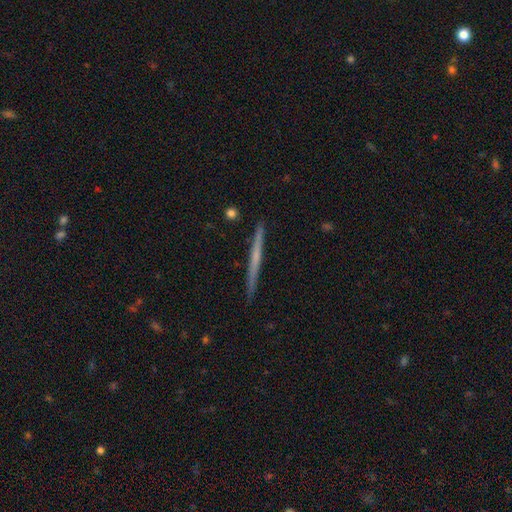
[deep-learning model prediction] featured or disk 56%, smooth 38%, star or artifact 6%. Down the decision tree: edge-on disk — yes (98%); edge-on bulge — none (78%); merging — none (91%).